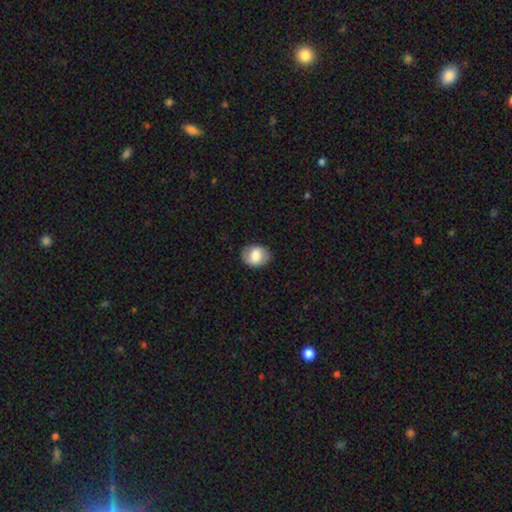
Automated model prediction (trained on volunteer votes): This is likely a smooth galaxy (64%). How rounded: possibly round (50%). Merging: likely none (80%).